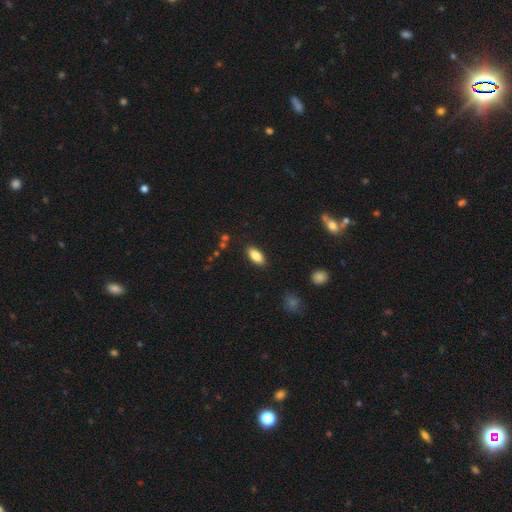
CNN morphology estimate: type=smooth (86%); roundness=in between (88%); merging=none (87%).